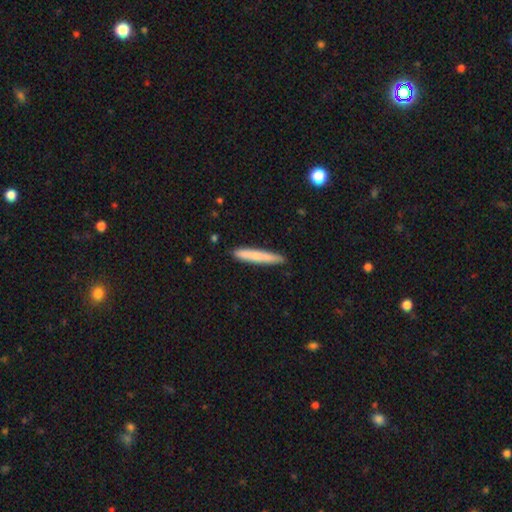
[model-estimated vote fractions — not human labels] Smooth or featured? smooth (75%)
How rounded? cigar-shaped (95%)
Merging? none (89%)